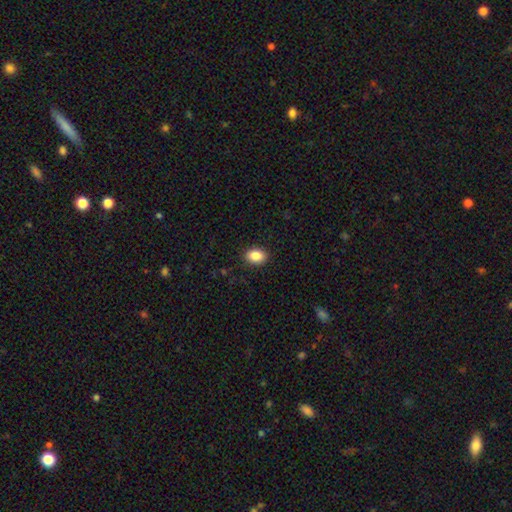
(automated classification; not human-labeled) Q: Smooth or featured?
A: smooth (87%); runner-up: star or artifact (9%)
Q: How rounded?
A: in between (74%); runner-up: round (25%)
Q: Merging?
A: none (90%); runner-up: minor disturbance (7%)